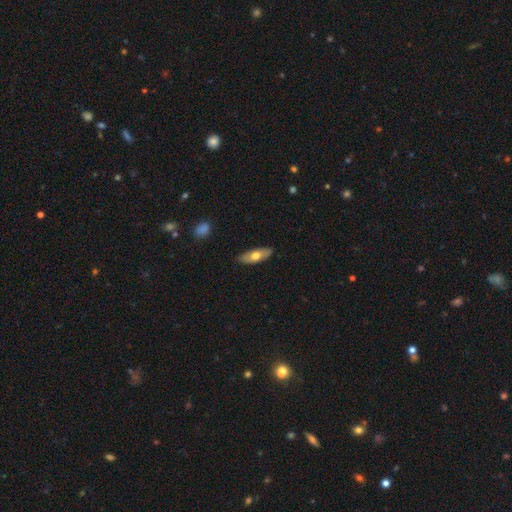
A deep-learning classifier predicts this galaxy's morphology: Smooth or featured: smooth — 61% (featured or disk — 33%)
How rounded: in between — 70% (cigar-shaped — 28%)
Merging: none — 86% (minor disturbance — 11%)